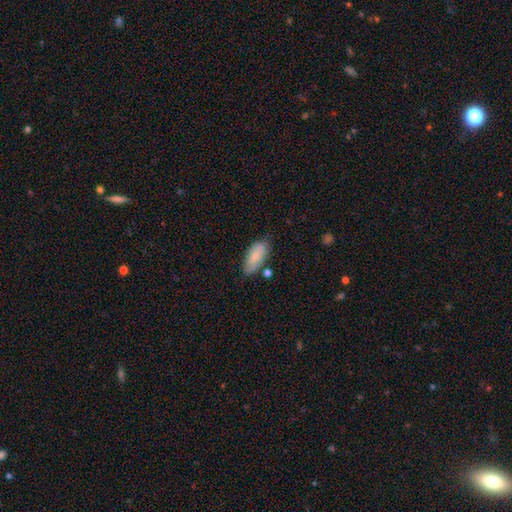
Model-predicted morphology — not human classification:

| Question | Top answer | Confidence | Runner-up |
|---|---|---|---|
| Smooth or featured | smooth | 79% | featured or disk (14%) |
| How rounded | in between | 87% | cigar-shaped (11%) |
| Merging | none | 67% | minor disturbance (23%) |